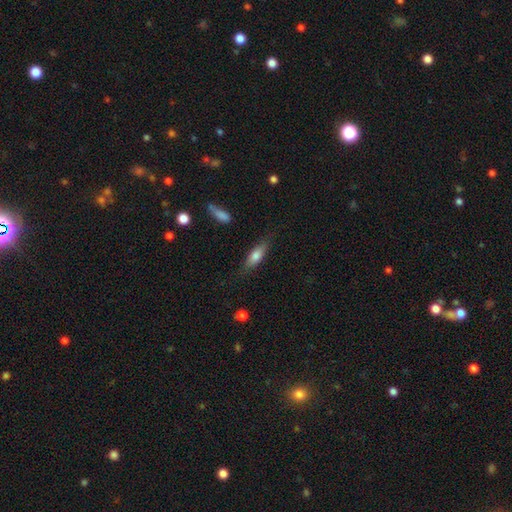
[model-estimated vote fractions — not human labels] Smooth or featured: smooth — 68% (featured or disk — 25%)
How rounded: in between — 52% (cigar-shaped — 46%)
Merging: none — 78% (minor disturbance — 16%)